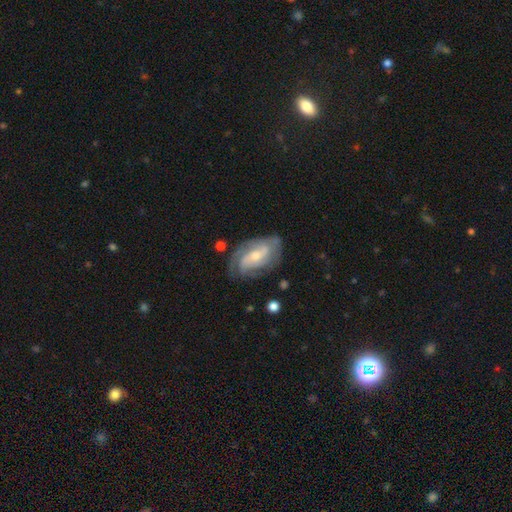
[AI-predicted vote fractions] This is likely a featured or disk galaxy (79%). It is clearly not viewed edge-on (95%). Bar: possibly no (47%). Spiral arm pattern: clearly yes (92%). Spiral arm count: marginally 2 (34%). Spiral winding: possibly tight (48%). Central bulge: possibly small (53%). Merging: likely none (68%).